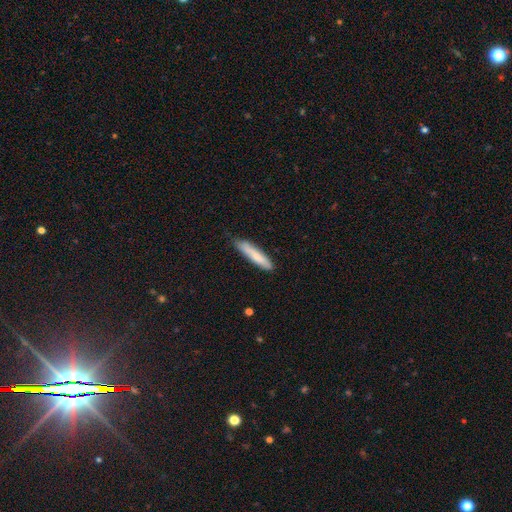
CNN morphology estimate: Smooth or featured: smooth — 75% (featured or disk — 20%)
How rounded: cigar-shaped — 88% (in between — 11%)
Merging: none — 77% (minor disturbance — 19%)